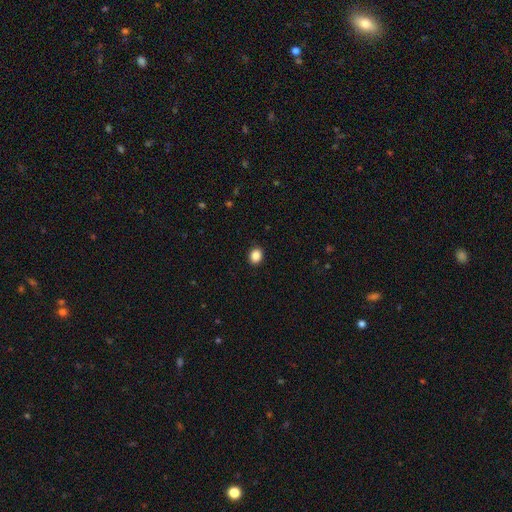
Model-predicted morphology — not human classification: smooth_or_featured: smooth (p=0.87) [alt: star or artifact p=0.10]
how_rounded: round (p=0.54) [alt: in between p=0.45]
merging: none (p=0.91) [alt: minor disturbance p=0.06]